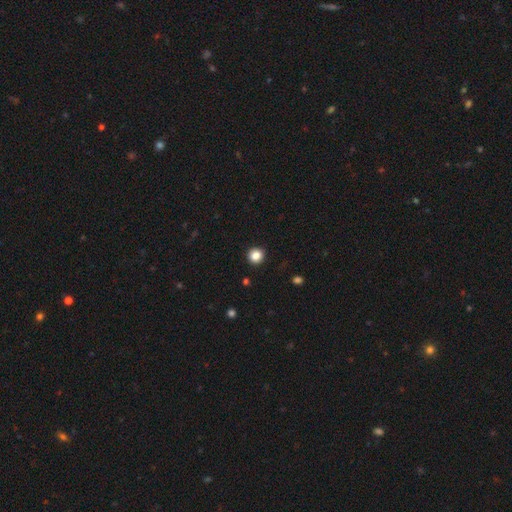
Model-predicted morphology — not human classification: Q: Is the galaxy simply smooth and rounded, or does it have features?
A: smooth — 85%.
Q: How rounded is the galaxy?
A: round — 93%.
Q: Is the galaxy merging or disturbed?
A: none — 92%.